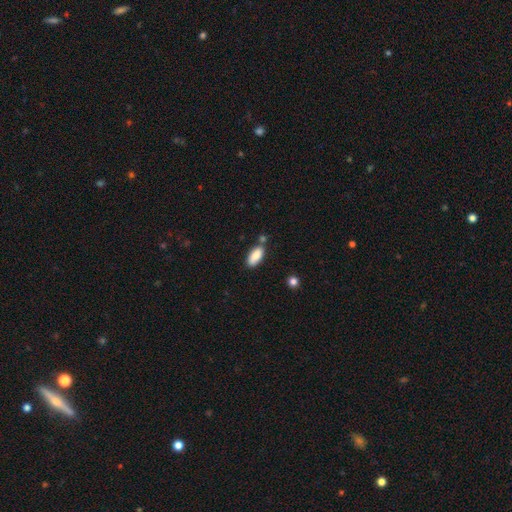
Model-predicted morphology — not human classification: Smooth or featured? Predicted: smooth (p=0.85). How rounded? Predicted: in between (p=0.87). Merging? Predicted: none (p=0.68).